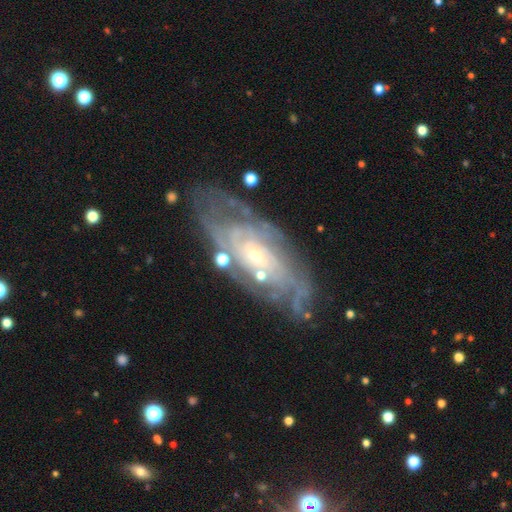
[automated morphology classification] smooth_or_featured: featured or disk (p=0.83) [alt: smooth p=0.10]
disk_edge_on: no (p=0.91) [alt: yes p=0.09]
bar: no (p=0.71) [alt: weak p=0.23]
has_spiral_arms: yes (p=0.90) [alt: no p=0.10]
spiral_winding: tight (p=0.68) [alt: medium p=0.25]
spiral_arm_count: can't tell (p=0.52) [alt: 2 p=0.13]
bulge_size: small (p=0.74) [alt: moderate p=0.21]
merging: none (p=0.71) [alt: minor disturbance p=0.18]